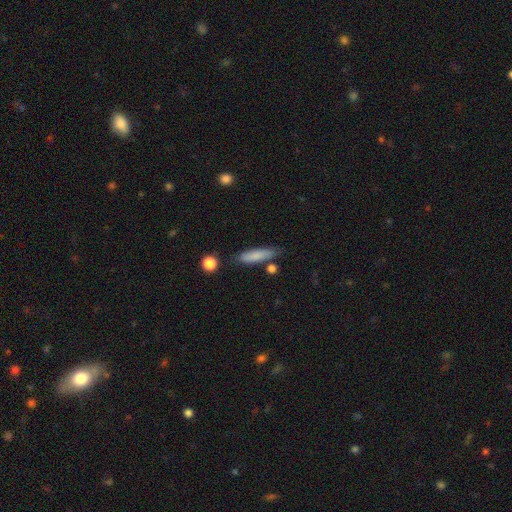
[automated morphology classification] This is clearly a smooth galaxy (80%). How rounded: likely cigar-shaped (72%). Merging: likely none (75%).